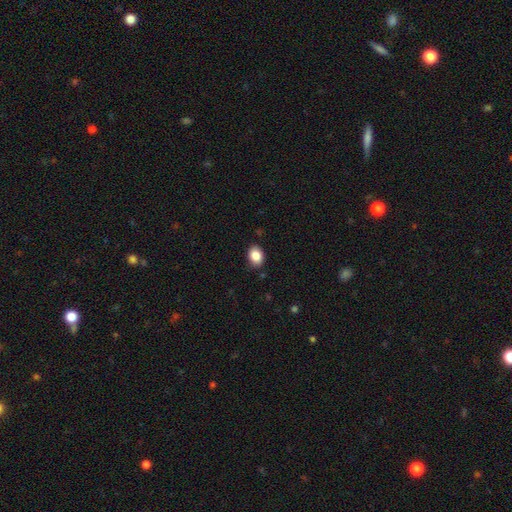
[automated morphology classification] smooth 86%, star or artifact 8%, featured or disk 5%. Down the decision tree: how rounded — in between (66%); merging — none (86%).